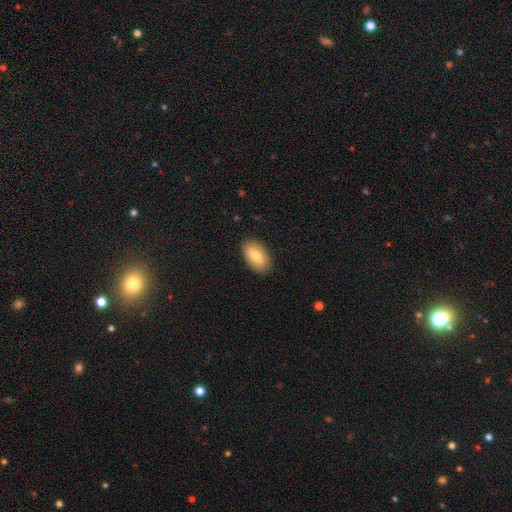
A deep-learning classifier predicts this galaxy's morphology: This appears to be a smooth galaxy with no disk features (75%) that is in between round and cigar-shaped (93%). Merging: none (88%).